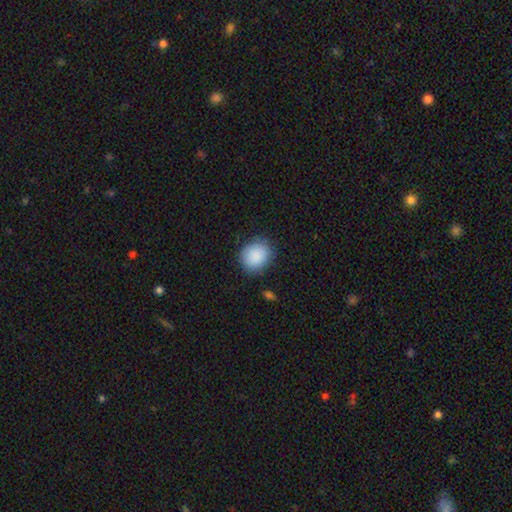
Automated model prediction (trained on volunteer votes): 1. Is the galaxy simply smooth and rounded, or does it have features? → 89% smooth, 7% star or artifact, 4% featured or disk.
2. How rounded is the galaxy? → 72% round, 27% in between, 1% cigar-shaped.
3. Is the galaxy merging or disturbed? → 83% none, 12% minor disturbance, 3% major disturbance, 1% merger.